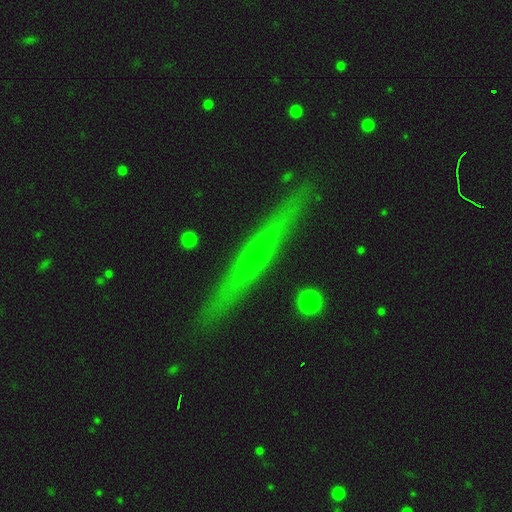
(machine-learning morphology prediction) featured or disk 74%, smooth 18%, star or artifact 8%. Down the decision tree: edge-on disk — yes (96%); edge-on bulge — rounded (70%); merging — none (89%).